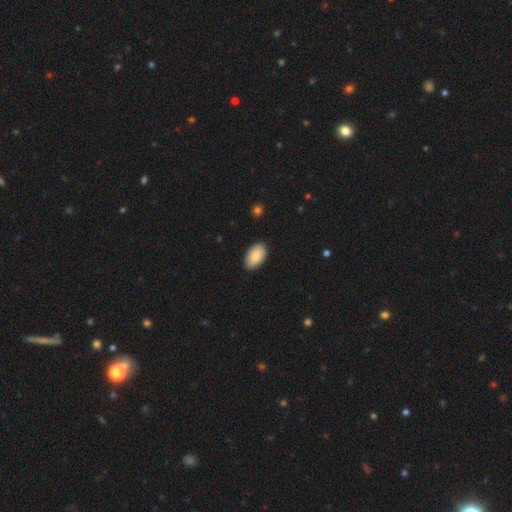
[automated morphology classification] This is clearly a smooth galaxy (87%). How rounded: clearly in between (94%). Merging: clearly none (87%).